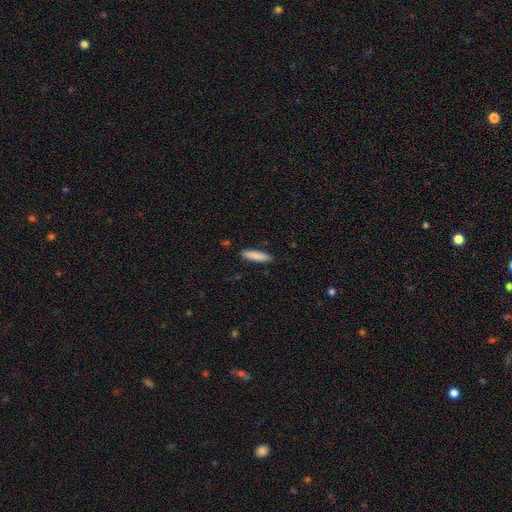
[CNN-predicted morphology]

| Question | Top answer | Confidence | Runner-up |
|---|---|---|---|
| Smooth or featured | smooth | 87% | featured or disk (7%) |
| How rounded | cigar-shaped | 70% | in between (28%) |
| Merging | none | 88% | minor disturbance (9%) |